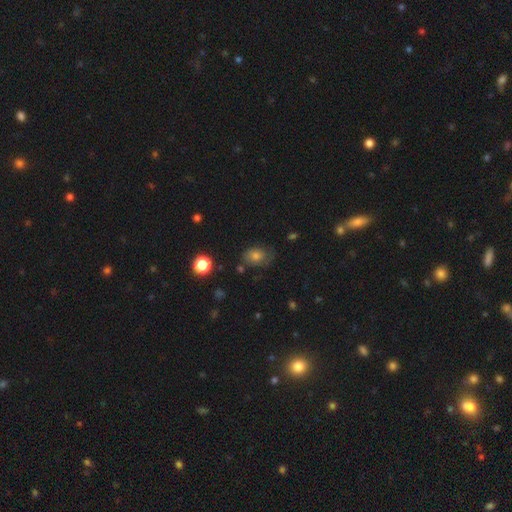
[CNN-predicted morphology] Smooth or featured? smooth (69%)
How rounded? in between (65%)
Merging? none (62%)